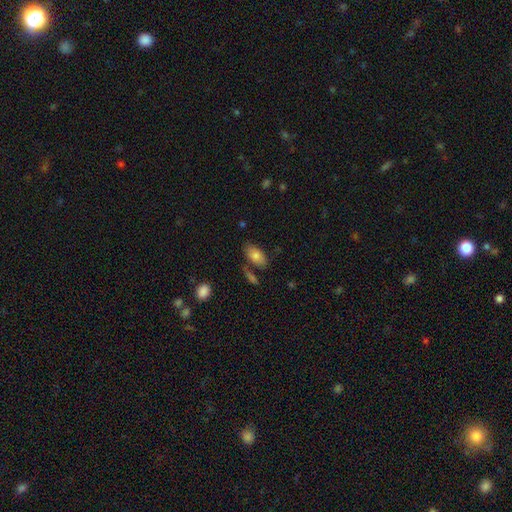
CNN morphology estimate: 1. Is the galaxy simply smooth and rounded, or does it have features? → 79% smooth, 14% featured or disk, 7% star or artifact.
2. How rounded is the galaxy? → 92% in between, 4% round, 4% cigar-shaped.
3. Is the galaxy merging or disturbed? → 68% none, 16% minor disturbance, 11% merger, 5% major disturbance.